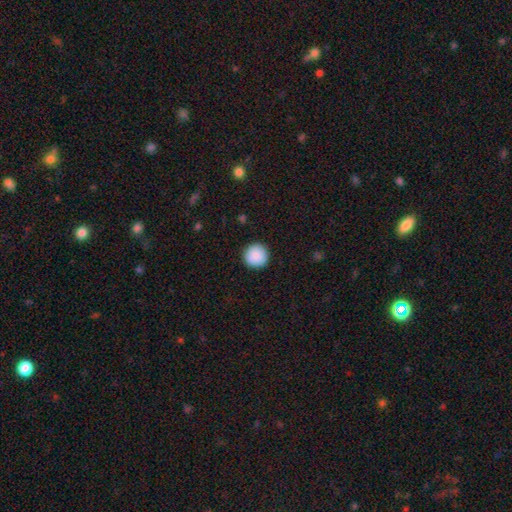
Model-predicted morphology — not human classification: type=smooth (90%); roundness=round (96%); merging=none (92%).